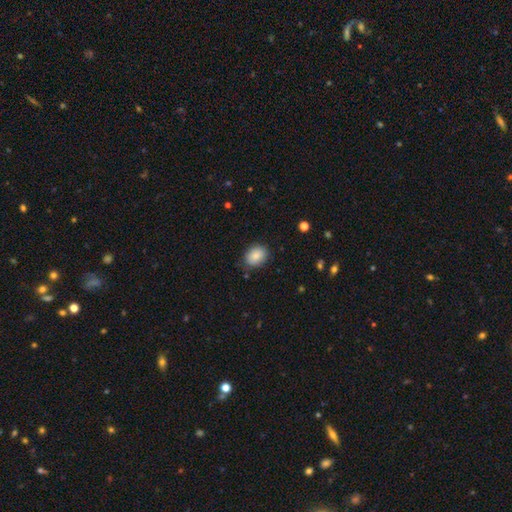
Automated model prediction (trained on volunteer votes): smooth-or-featured: smooth: 86% | star or artifact: 8% | featured or disk: 6%
  how-rounded: in between: 55% | round: 44% | cigar-shaped: 1%
  merging: none: 83% | minor disturbance: 13% | major disturbance: 3% | merger: 1%